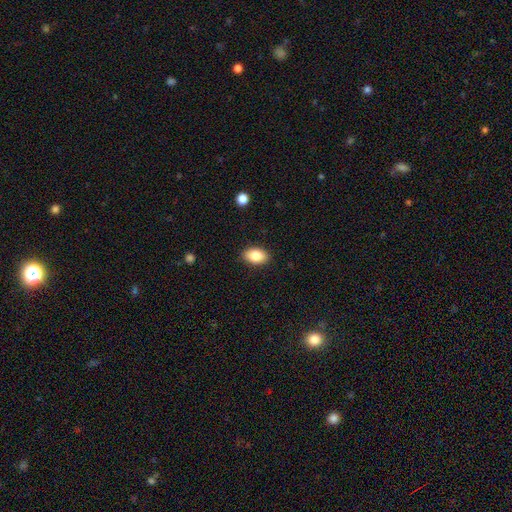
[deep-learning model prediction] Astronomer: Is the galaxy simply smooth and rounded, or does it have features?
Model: smooth — 84%.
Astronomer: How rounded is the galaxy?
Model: in between — 90%.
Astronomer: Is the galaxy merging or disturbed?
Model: none — 88%.